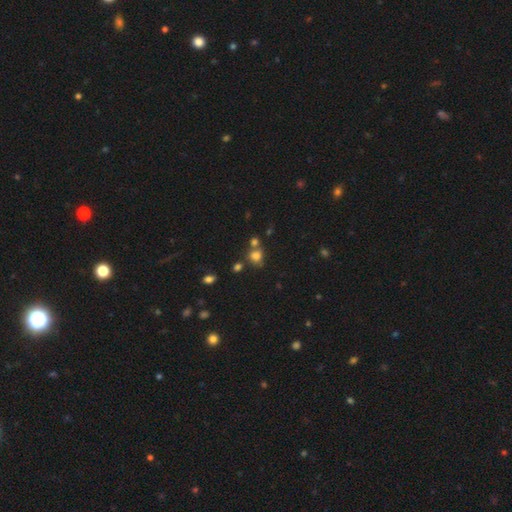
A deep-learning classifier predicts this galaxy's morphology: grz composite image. It shows a smooth galaxy with no disk features (76%) that is round (67%). Merging: none (54%).